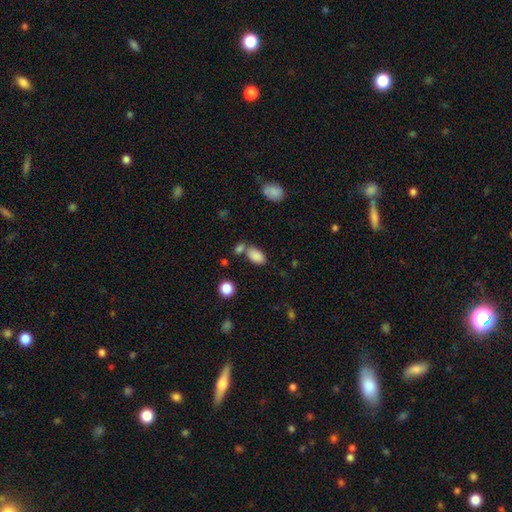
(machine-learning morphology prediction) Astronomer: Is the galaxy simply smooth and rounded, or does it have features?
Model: smooth — 86%.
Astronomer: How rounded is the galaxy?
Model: in between — 92%.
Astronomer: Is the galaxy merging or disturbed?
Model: none — 58%.